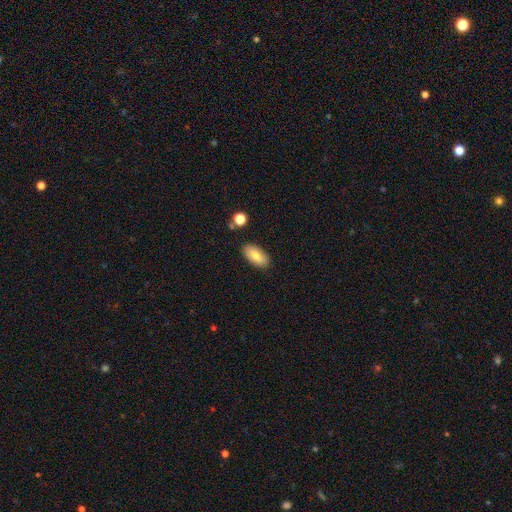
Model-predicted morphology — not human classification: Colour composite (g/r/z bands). It shows a smooth galaxy with no disk features (77%) that is in between round and cigar-shaped (92%). Merging: none (86%).